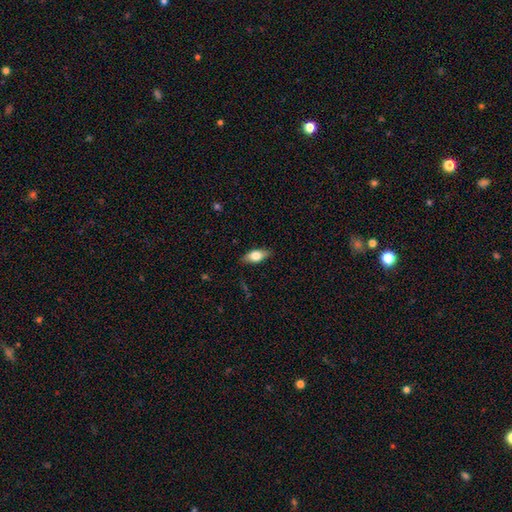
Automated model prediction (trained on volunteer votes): Morphology: type=smooth (69%); roundness=in between (82%); merging=none (84%).